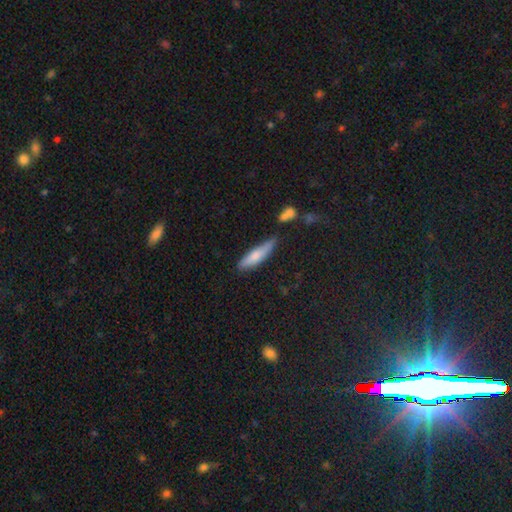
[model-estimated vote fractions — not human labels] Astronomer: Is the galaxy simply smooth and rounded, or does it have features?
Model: smooth — 74%.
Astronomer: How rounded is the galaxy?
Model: cigar-shaped — 74%.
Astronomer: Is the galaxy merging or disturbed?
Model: none — 65%.